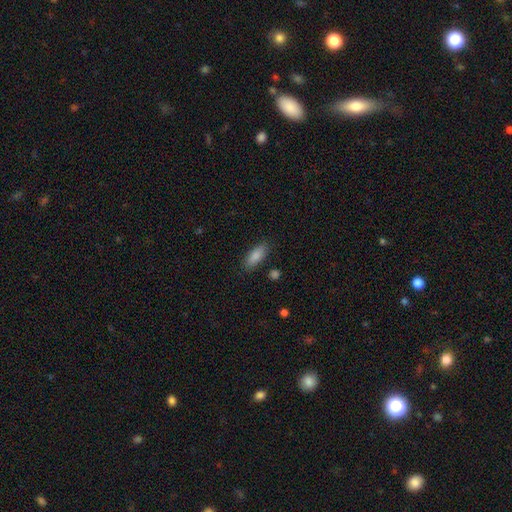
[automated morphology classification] The model was most divided on "how rounded": in between: 73%, cigar-shaped: 25%, round: 2%. More confident: smooth or featured — smooth (87%); merging — none (86%).